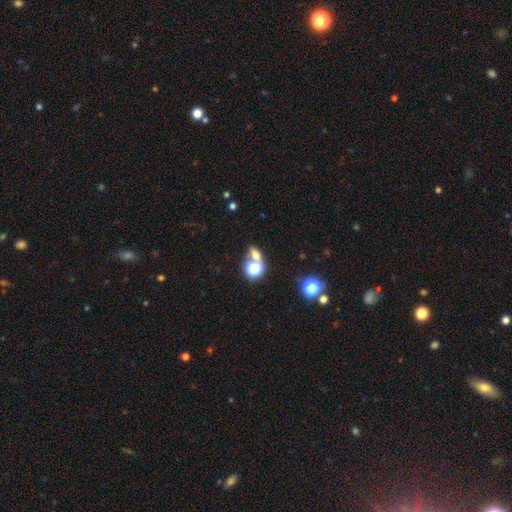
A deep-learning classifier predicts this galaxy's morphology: type=smooth (56%); roundness=round (48%); merging=none (56%).